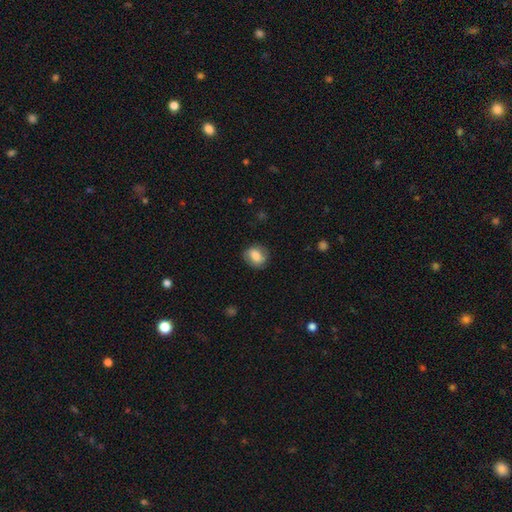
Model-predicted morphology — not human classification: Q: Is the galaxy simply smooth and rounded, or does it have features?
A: smooth — 70%.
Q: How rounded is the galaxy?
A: round — 56%.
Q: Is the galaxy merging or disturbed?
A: none — 77%.